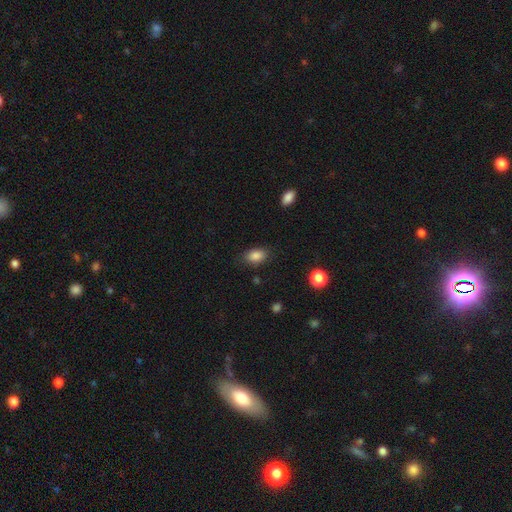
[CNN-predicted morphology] Smooth or featured?
  - smooth: 87% *
  - star or artifact: 9%
  - featured or disk: 5%
How rounded?
  - in between: 86% *
  - round: 12%
  - cigar-shaped: 2%
Merging?
  - none: 82% *
  - minor disturbance: 13%
  - major disturbance: 4%
  - merger: 1%